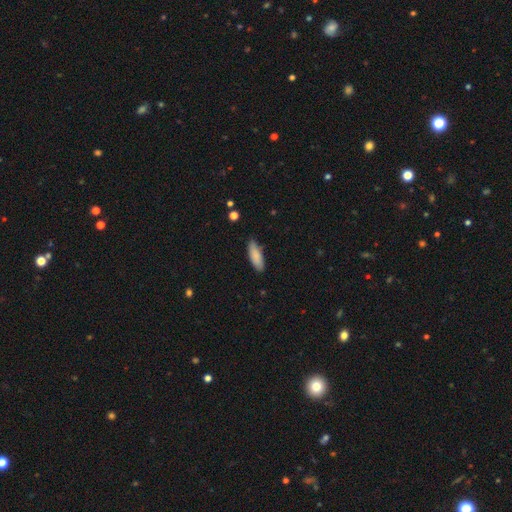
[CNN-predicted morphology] Q: Smooth or featured?
A: smooth (85%); runner-up: featured or disk (9%)
Q: How rounded?
A: in between (60%); runner-up: cigar-shaped (38%)
Q: Merging?
A: none (82%); runner-up: minor disturbance (14%)